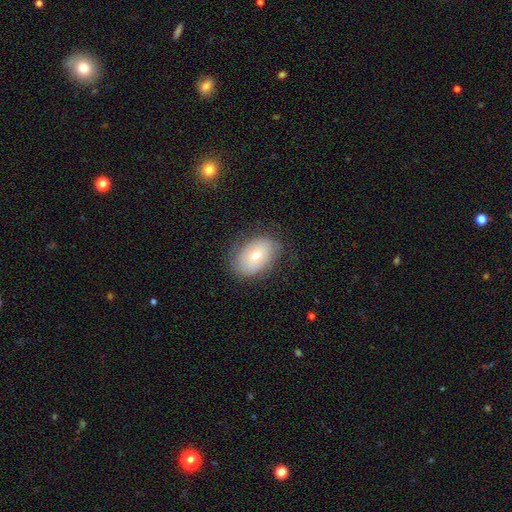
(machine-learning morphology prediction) type=smooth (63%); roundness=in between (82%); merging=none (74%).